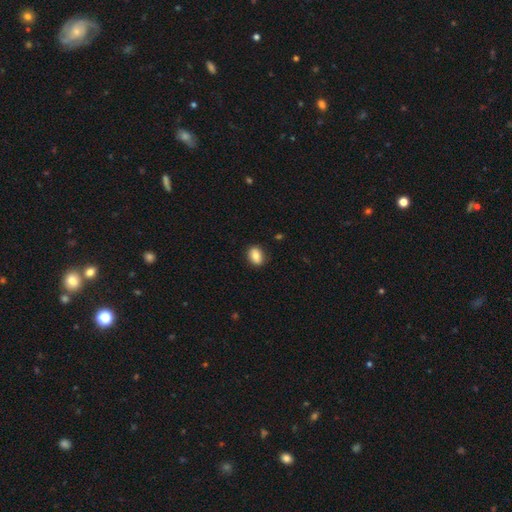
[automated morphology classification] This is clearly a smooth galaxy (83%). How rounded: likely in between (70%). Merging: clearly none (86%).